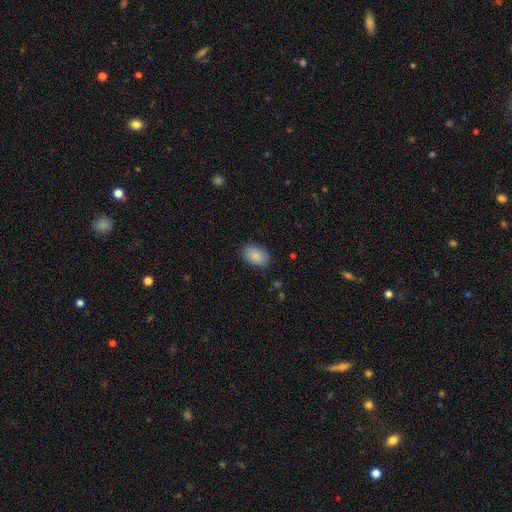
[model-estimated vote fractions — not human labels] Smooth or featured: smooth — 87% (star or artifact — 7%)
How rounded: in between — 87% (round — 12%)
Merging: none — 84% (minor disturbance — 12%)